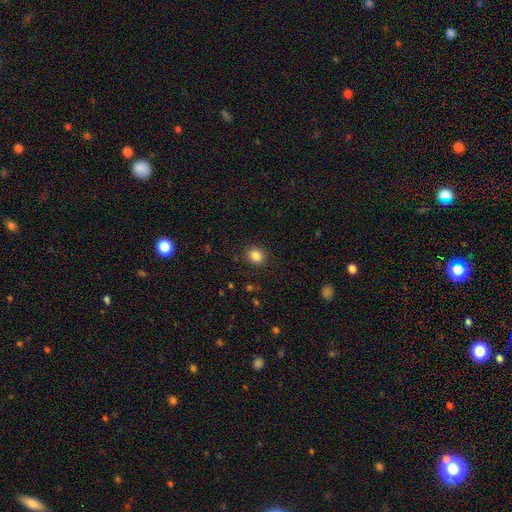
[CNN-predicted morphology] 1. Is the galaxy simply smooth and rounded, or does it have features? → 85% smooth, 11% star or artifact, 5% featured or disk.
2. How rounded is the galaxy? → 70% round, 29% in between, 1% cigar-shaped.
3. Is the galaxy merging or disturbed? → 90% none, 7% minor disturbance, 2% major disturbance, 1% merger.